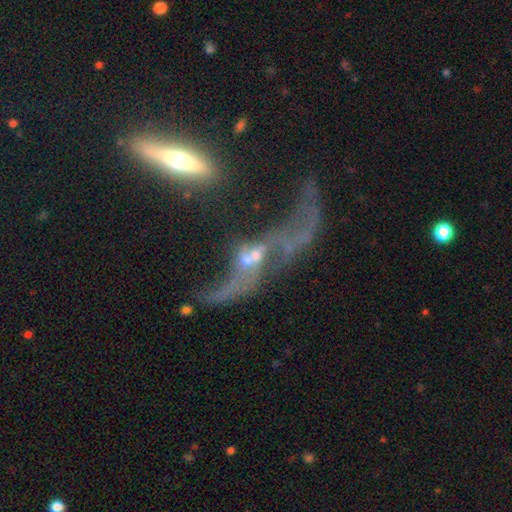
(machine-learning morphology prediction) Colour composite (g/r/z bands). It shows a featured or disk galaxy (69%) with no bar (67%), spiral arms (59%) and a small central bulge (41%). Merging: merger (58%).